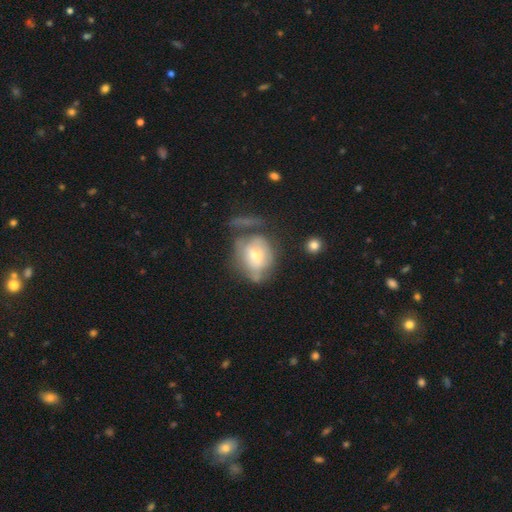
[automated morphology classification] Smooth or featured: smooth — 53% (featured or disk — 39%)
How rounded: round — 56% (in between — 42%)
Merging: none — 39% (minor disturbance — 24%)